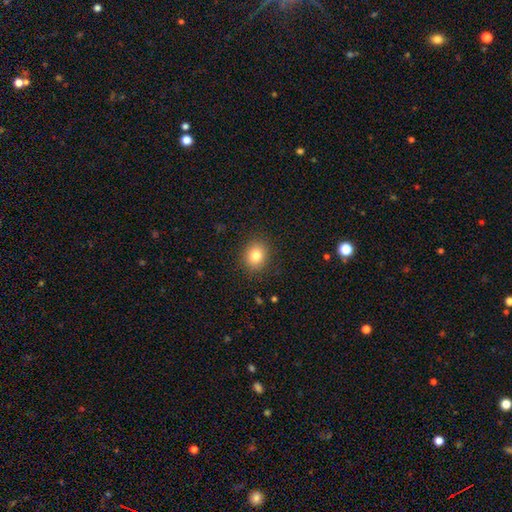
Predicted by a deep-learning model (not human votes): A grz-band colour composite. It shows a smooth galaxy with no disk features (81%) that is round (62%). Merging: none (88%).